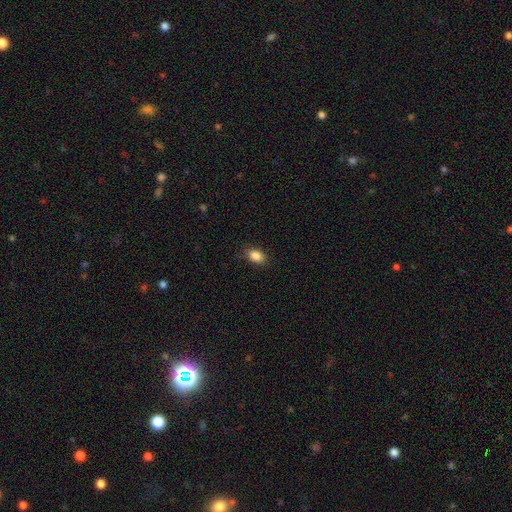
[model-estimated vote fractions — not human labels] This appears to be a smooth galaxy with no disk features (87%) that is in between round and cigar-shaped (79%). Merging: none (84%).